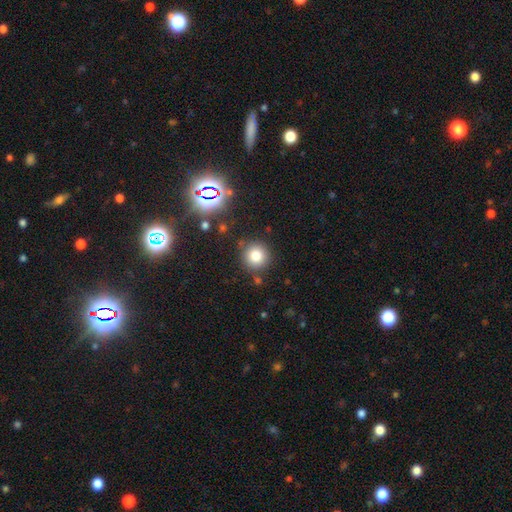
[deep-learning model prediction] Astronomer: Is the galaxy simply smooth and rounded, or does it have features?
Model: smooth — 80%.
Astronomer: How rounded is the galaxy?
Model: round — 93%.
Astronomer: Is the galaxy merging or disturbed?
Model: none — 84%.